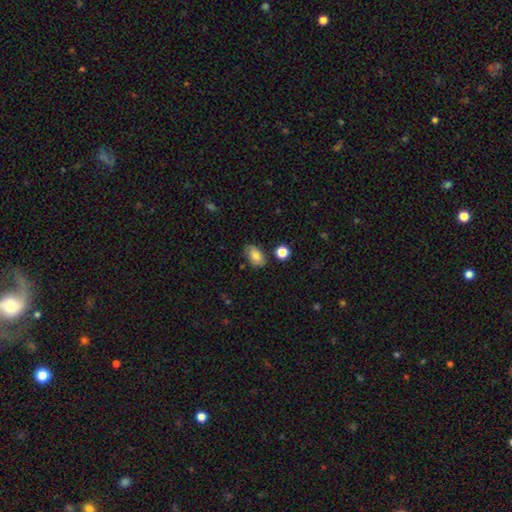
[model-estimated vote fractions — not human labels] Q: Smooth or featured?
A: smooth (77%); runner-up: featured or disk (14%)
Q: How rounded?
A: in between (88%); runner-up: round (10%)
Q: Merging?
A: none (75%); runner-up: minor disturbance (17%)